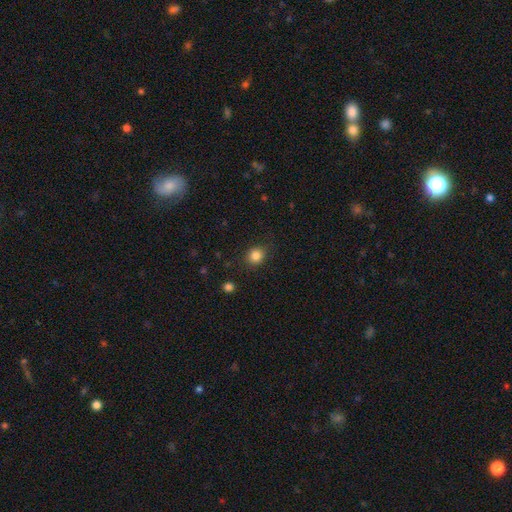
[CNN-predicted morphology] smooth 85%, star or artifact 11%, featured or disk 5%. Down the decision tree: how rounded — round (76%); merging — none (85%).